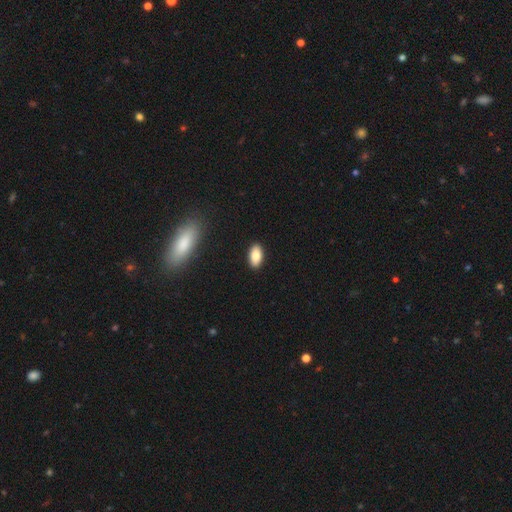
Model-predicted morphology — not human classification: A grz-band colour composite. It shows a smooth galaxy with no disk features (84%) that is in between round and cigar-shaped (92%). Merging: none (90%).